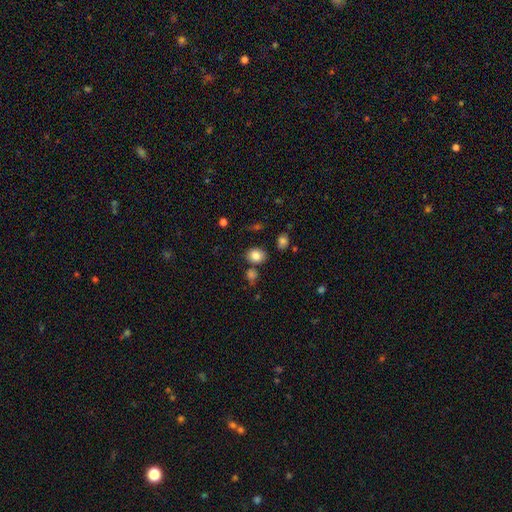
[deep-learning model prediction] Q: Smooth or featured?
A: smooth (84%); runner-up: star or artifact (10%)
Q: How rounded?
A: round (53%); runner-up: in between (46%)
Q: Merging?
A: none (76%); runner-up: minor disturbance (12%)